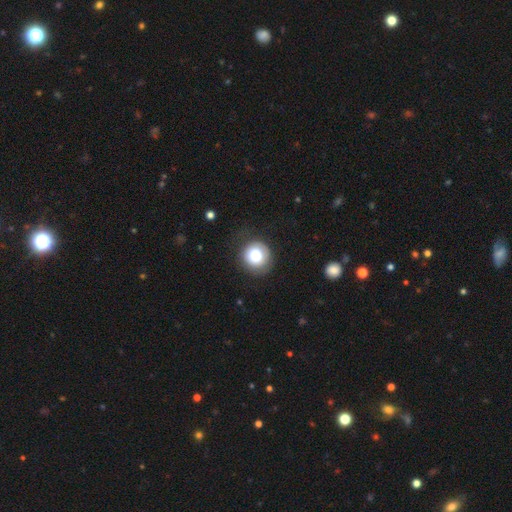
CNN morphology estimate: Smooth or featured: smooth — 77% (featured or disk — 15%)
How rounded: round — 91% (in between — 8%)
Merging: none — 71% (minor disturbance — 18%)